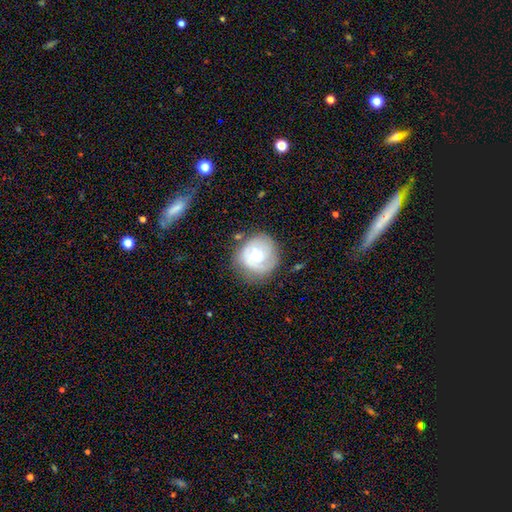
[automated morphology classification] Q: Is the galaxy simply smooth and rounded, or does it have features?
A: featured or disk — 50%.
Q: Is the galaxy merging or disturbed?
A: none — 61%.